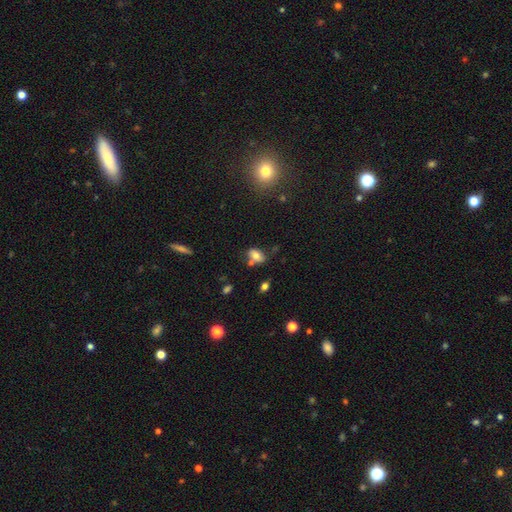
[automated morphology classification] Smooth or featured?
  - smooth: 73% *
  - featured or disk: 16%
  - star or artifact: 11%
How rounded?
  - in between: 87% *
  - round: 10%
  - cigar-shaped: 3%
Merging?
  - none: 61% *
  - merger: 17%
  - minor disturbance: 17%
  - major disturbance: 5%